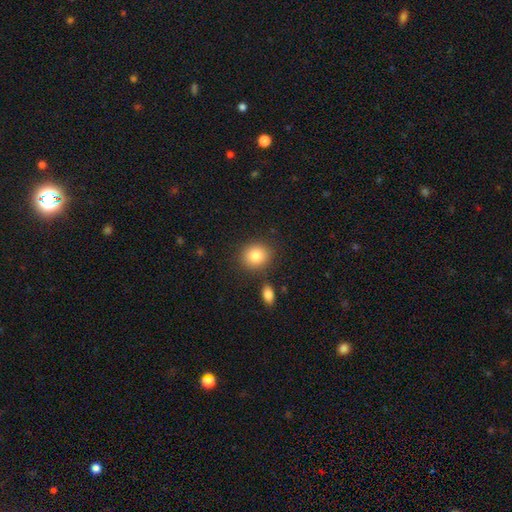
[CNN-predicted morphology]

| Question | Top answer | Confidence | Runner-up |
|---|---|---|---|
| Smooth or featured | smooth | 84% | star or artifact (9%) |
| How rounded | round | 75% | in between (24%) |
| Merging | none | 83% | minor disturbance (9%) |